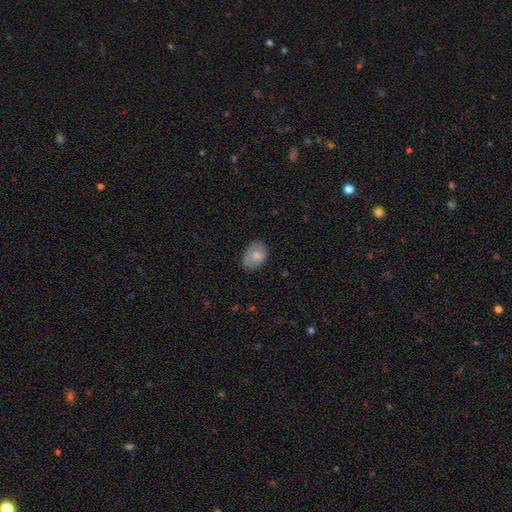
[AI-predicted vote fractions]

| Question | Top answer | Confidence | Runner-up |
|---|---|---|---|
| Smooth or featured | smooth | 71% | featured or disk (21%) |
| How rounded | in between | 77% | round (22%) |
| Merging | none | 68% | minor disturbance (25%) |